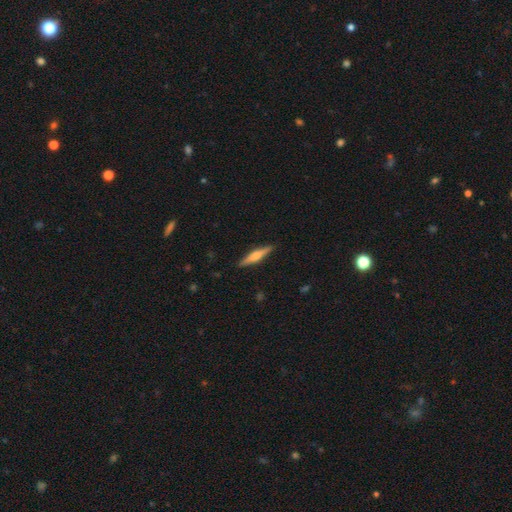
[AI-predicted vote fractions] Smooth or featured?
  - featured or disk: 55% *
  - smooth: 39%
  - star or artifact: 6%
Edge-on disk?
  - yes: 97% *
  - no: 3%
Edge-on bulge?
  - rounded: 77% *
  - boxy: 15%
  - none: 8%
Merging?
  - none: 91% *
  - minor disturbance: 7%
  - major disturbance: 2%
  - merger: 1%